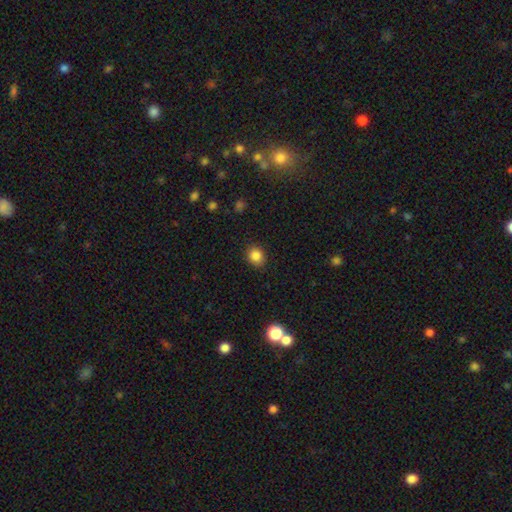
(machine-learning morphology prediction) smooth-or-featured: smooth: 85% | star or artifact: 11% | featured or disk: 4%
  how-rounded: round: 72% | in between: 27% | cigar-shaped: 1%
  merging: none: 88% | minor disturbance: 8% | major disturbance: 2% | merger: 1%